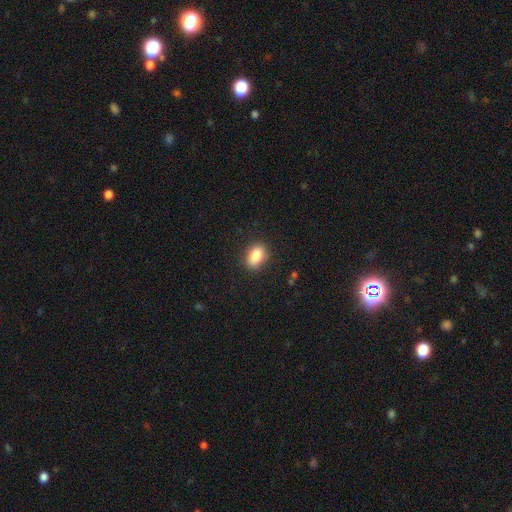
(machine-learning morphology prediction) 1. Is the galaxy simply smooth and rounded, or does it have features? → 85% smooth, 8% star or artifact, 7% featured or disk.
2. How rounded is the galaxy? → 82% in between, 16% round, 2% cigar-shaped.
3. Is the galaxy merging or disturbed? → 86% none, 10% minor disturbance, 3% major disturbance, 1% merger.